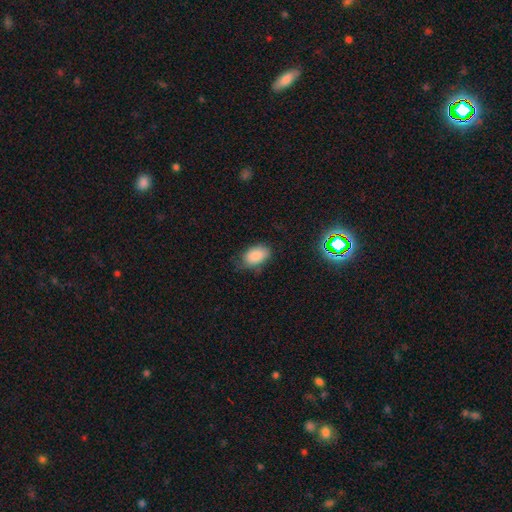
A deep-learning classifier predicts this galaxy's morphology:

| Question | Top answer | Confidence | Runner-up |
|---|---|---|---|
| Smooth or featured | smooth | 85% | star or artifact (9%) |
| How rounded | in between | 91% | round (8%) |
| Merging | none | 64% | minor disturbance (27%) |